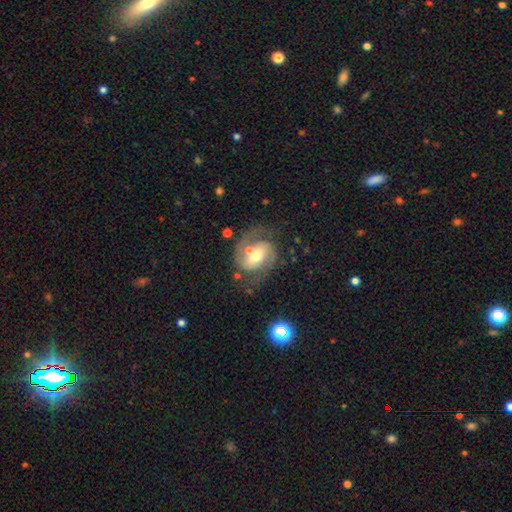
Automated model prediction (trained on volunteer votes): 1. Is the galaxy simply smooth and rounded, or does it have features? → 84% featured or disk, 9% smooth, 6% star or artifact.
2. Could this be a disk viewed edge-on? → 97% no, 3% yes.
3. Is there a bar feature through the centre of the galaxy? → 39% weak, 36% no, 25% strong.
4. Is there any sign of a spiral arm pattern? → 95% yes, 5% no.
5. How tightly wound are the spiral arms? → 57% medium, 23% tight, 20% loose.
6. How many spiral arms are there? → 90% 2, 4% can't tell, 3% 1, 2% 3, 1% 4, 1% more than 4.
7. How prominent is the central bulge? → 56% moderate, 34% small, 7% large, 2% none, 1% dominant.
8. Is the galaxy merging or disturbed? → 64% none, 15% minor disturbance, 12% merger, 10% major disturbance.